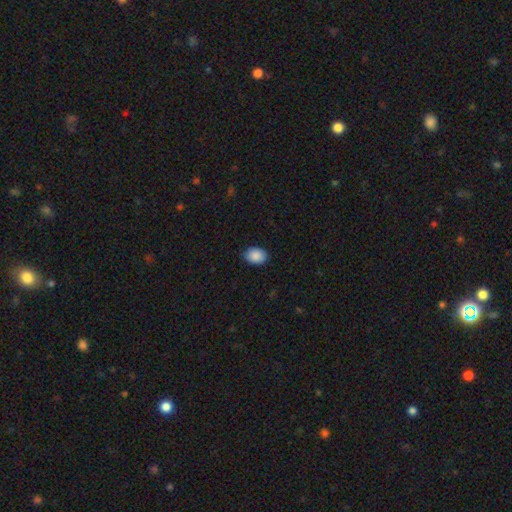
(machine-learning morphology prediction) This appears to be a smooth galaxy with no disk features (90%) that is in between round and cigar-shaped (75%). Merging: none (87%).